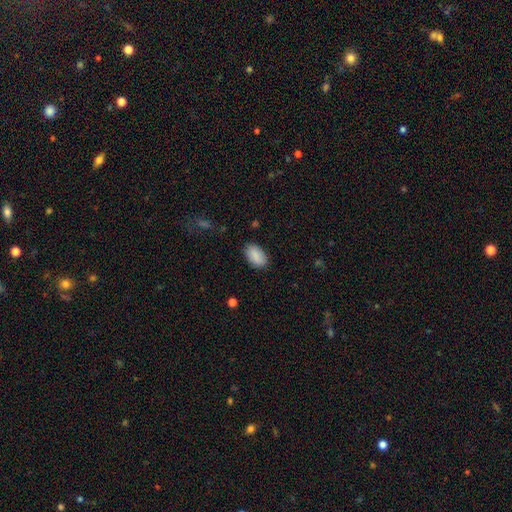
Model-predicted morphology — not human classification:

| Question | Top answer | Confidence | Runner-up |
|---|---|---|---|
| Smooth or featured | smooth | 89% | star or artifact (7%) |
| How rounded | in between | 93% | round (5%) |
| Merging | none | 85% | minor disturbance (11%) |